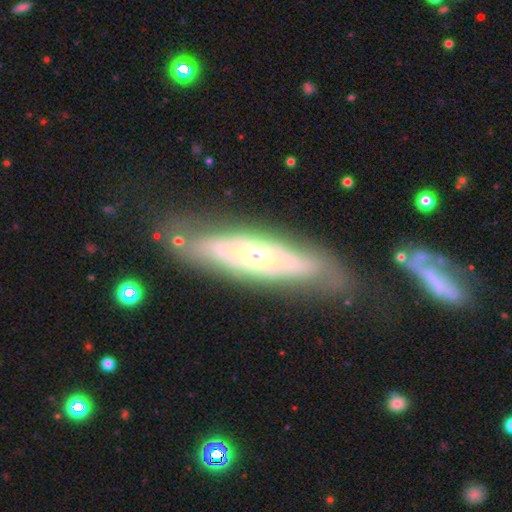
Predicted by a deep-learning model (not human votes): featured or disk 75%, smooth 20%, star or artifact 6%. Down the decision tree: edge-on disk — no (74%); bar — no (80%); spiral arms — no (62%); bulge size — moderate (57%); merging — none (72%).